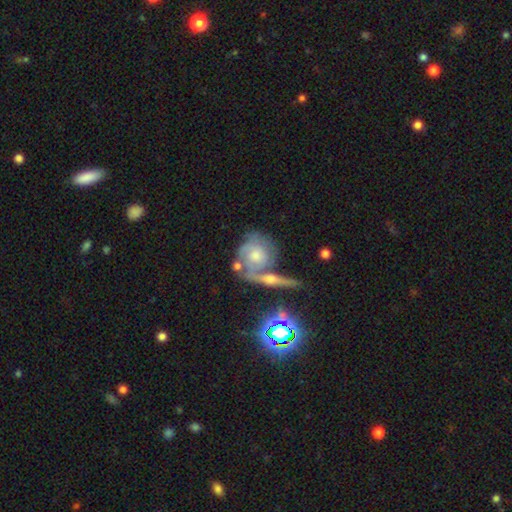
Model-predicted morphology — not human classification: The model was most divided on "spiral arm count": can't tell: 32%, 2: 31%, 3: 21%, 1: 6%, 4: 5%, more than 4: 4%. Remaining: edge-on disk — no (93%); spiral arms — yes (85%); bar — no (74%); smooth or featured — featured or disk (67%); bulge size — moderate (56%); spiral winding — tight (53%); merging — none (42%).